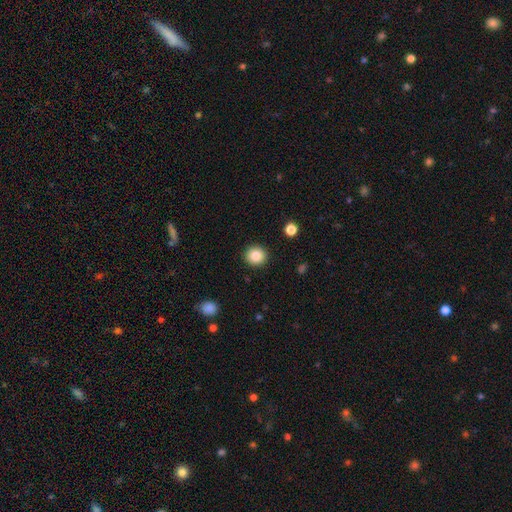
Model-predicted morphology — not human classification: Q: Smooth or featured?
A: smooth (85%); runner-up: star or artifact (9%)
Q: How rounded?
A: round (93%); runner-up: in between (6%)
Q: Merging?
A: none (92%); runner-up: minor disturbance (5%)